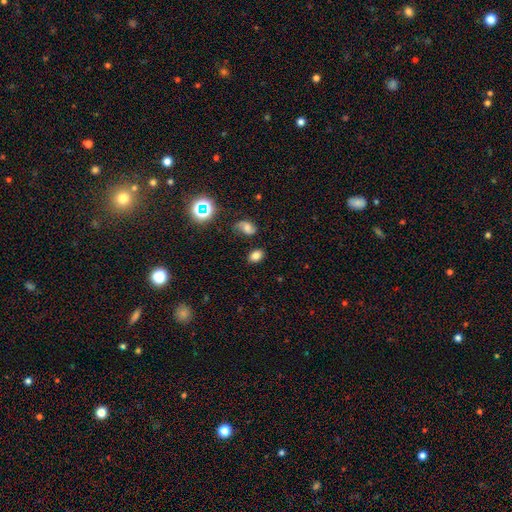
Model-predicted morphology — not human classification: Q: Smooth or featured?
A: smooth (76%); runner-up: star or artifact (14%)
Q: How rounded?
A: in between (76%); runner-up: round (23%)
Q: Merging?
A: none (80%); runner-up: minor disturbance (12%)